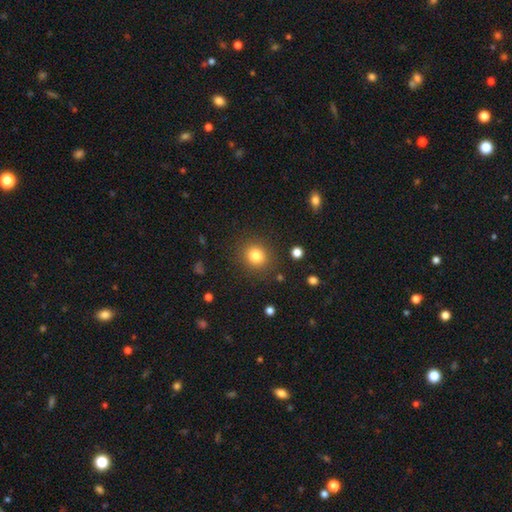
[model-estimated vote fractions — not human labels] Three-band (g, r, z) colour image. It shows a smooth galaxy with no disk features (82%) that is round (83%). Merging: none (86%).